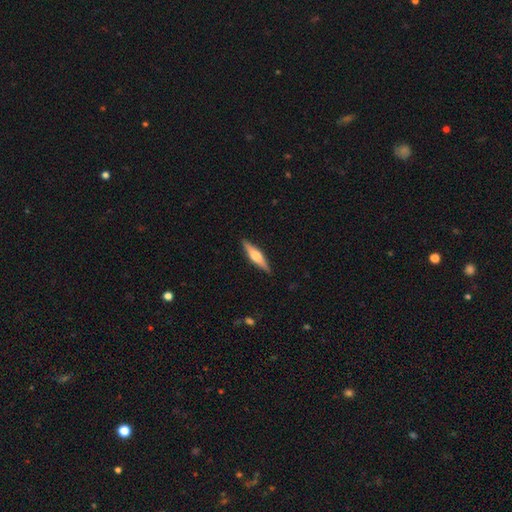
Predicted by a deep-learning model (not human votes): This is likely a featured or disk galaxy (63%). It is clearly viewed edge-on (97%). Edge-on bulge: clearly rounded (91%). Merging: clearly none (90%).